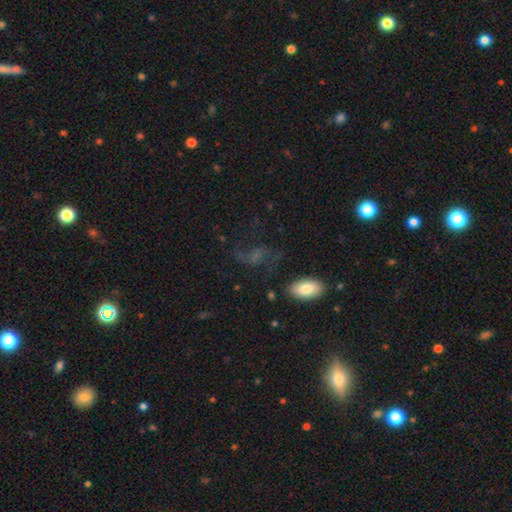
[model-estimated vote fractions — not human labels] This appears to be a featured or disk galaxy (40%). Merging: none (65%).